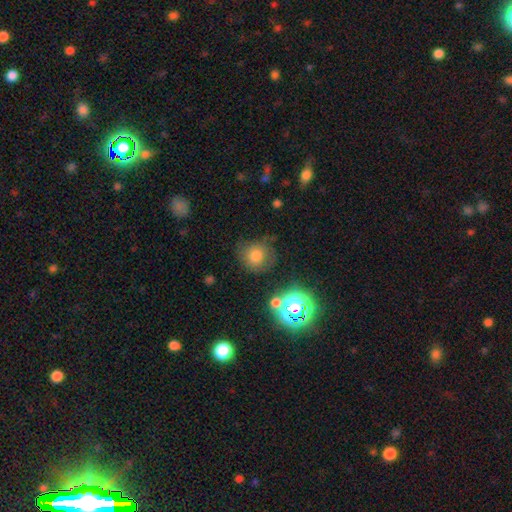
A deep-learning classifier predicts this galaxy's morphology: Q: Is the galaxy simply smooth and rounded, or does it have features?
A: smooth — 71%.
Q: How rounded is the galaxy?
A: round — 89%.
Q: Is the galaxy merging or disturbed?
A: none — 72%.